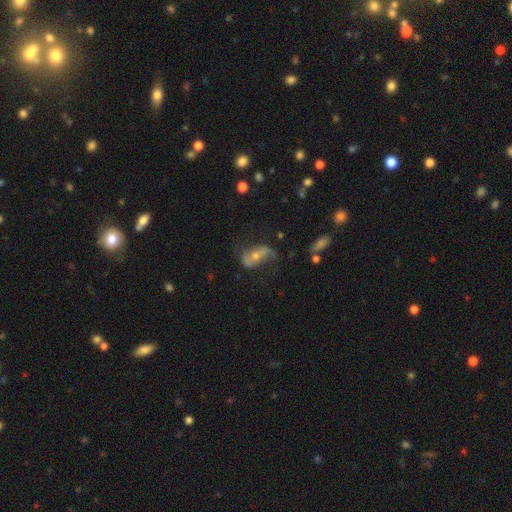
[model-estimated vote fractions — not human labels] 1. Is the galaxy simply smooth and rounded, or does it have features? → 68% featured or disk, 20% smooth, 12% star or artifact.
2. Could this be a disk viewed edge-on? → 90% no, 10% yes.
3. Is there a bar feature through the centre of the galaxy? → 49% no, 30% weak, 22% strong.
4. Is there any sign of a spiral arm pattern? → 80% yes, 20% no.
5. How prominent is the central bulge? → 50% moderate, 43% small, 3% large, 2% none, 1% dominant.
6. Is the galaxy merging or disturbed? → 56% none, 22% minor disturbance, 19% major disturbance, 3% merger.